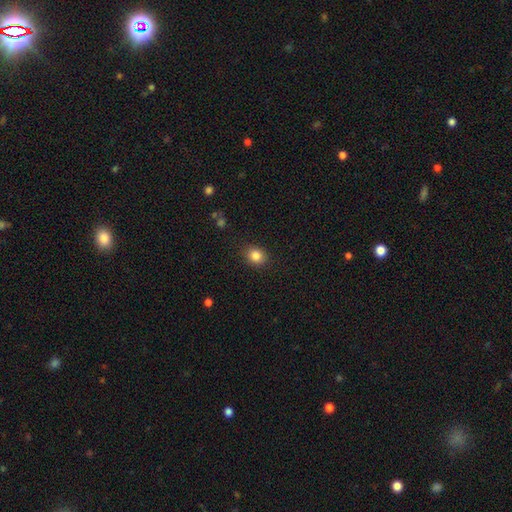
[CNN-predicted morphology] Smooth or featured? smooth (85%)
How rounded? round (60%)
Merging? none (87%)